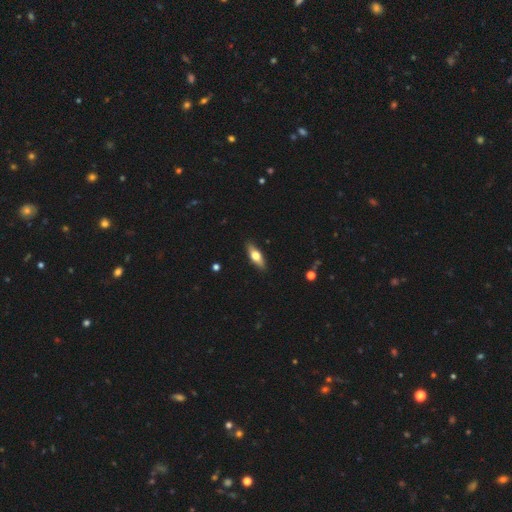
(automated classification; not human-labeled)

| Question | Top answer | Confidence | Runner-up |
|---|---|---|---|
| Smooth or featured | smooth | 53% | featured or disk (41%) |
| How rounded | in between | 59% | cigar-shaped (38%) |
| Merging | none | 88% | minor disturbance (9%) |